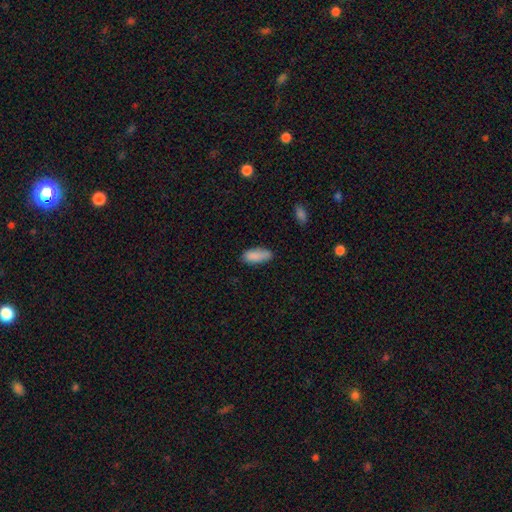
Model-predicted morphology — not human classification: Q: Smooth or featured?
A: smooth (87%); runner-up: star or artifact (7%)
Q: How rounded?
A: in between (79%); runner-up: cigar-shaped (19%)
Q: Merging?
A: none (72%); runner-up: minor disturbance (22%)